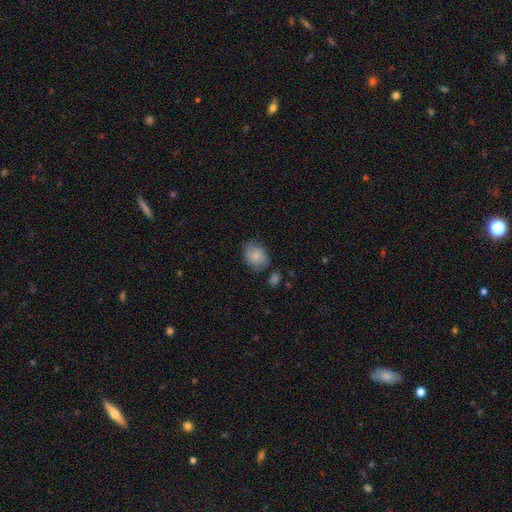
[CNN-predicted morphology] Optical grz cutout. It shows a smooth galaxy with no disk features (73%) that is in between round and cigar-shaped (50%). Merging: none (62%).